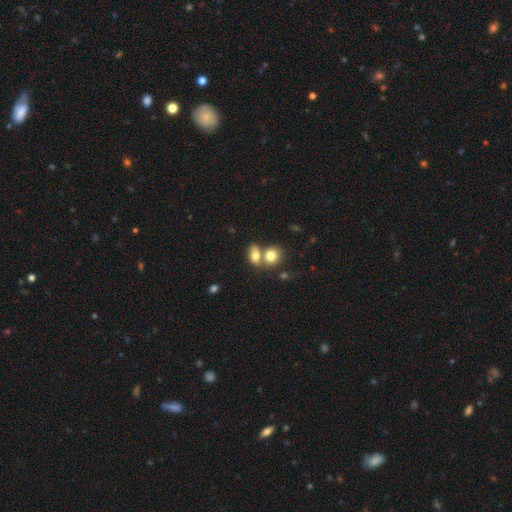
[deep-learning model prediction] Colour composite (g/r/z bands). It shows a smooth galaxy with no disk features (77%) that is in between round and cigar-shaped (67%). Merging: merger (55%).